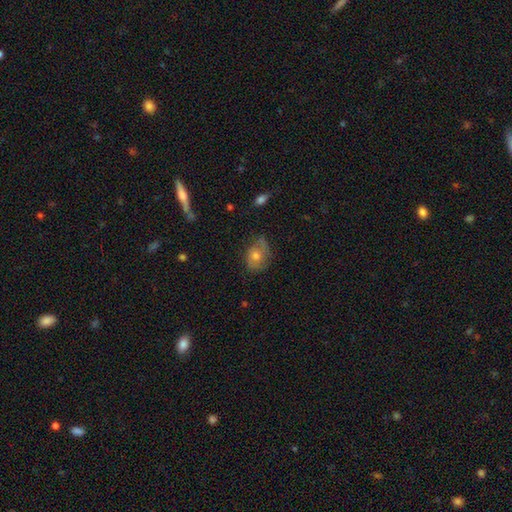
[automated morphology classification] Q: Smooth or featured?
A: smooth (44%); tied with: featured or disk (44%)
Q: Merging?
A: none (60%); runner-up: minor disturbance (27%)